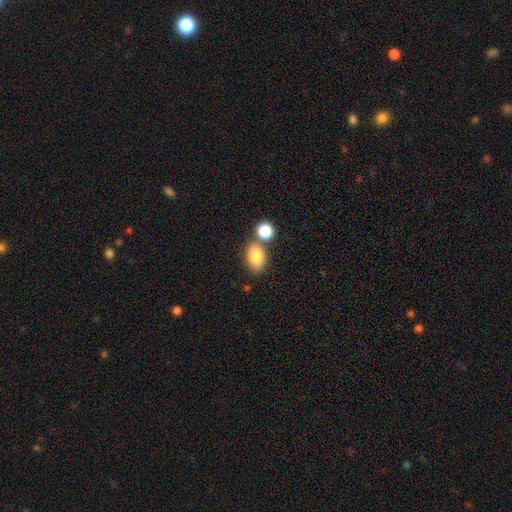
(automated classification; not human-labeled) Overall: smooth (83%). How rounded: in between (86%). Merging: none (59%; merger 24%).